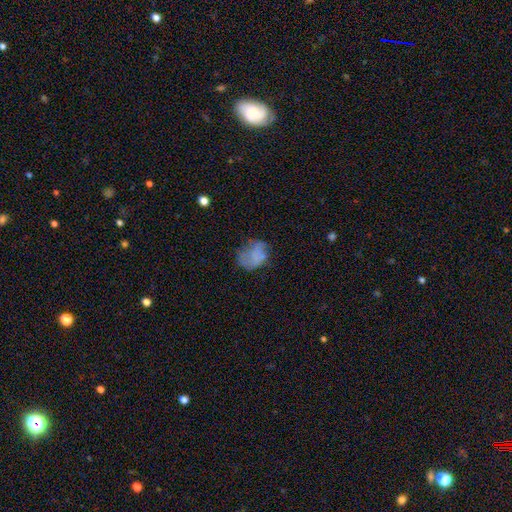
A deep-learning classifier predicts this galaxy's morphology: Smooth or featured: smooth — 59% (featured or disk — 29%)
How rounded: in between — 61% (round — 38%)
Merging: none — 39% (minor disturbance — 28%)